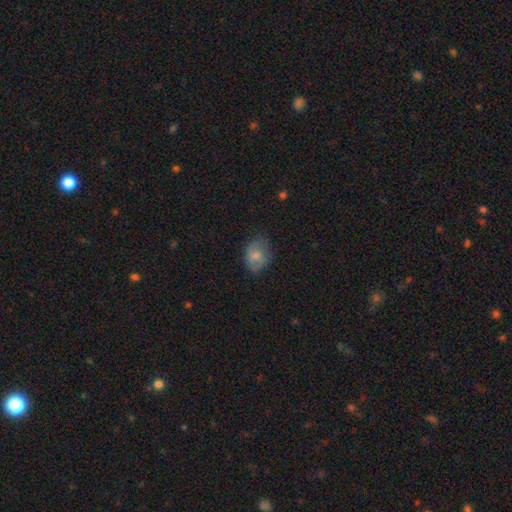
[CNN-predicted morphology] smooth 58%, featured or disk 35%, star or artifact 8%. Down the decision tree: how rounded — in between (65%); merging — none (64%).